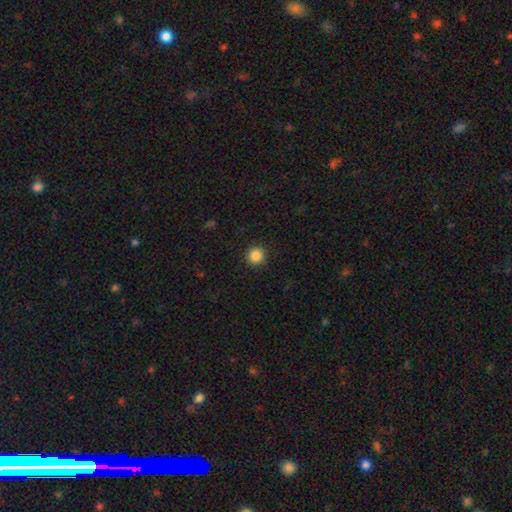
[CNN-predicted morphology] Overall: smooth (86%). How rounded: round (95%). Merging: none (92%).